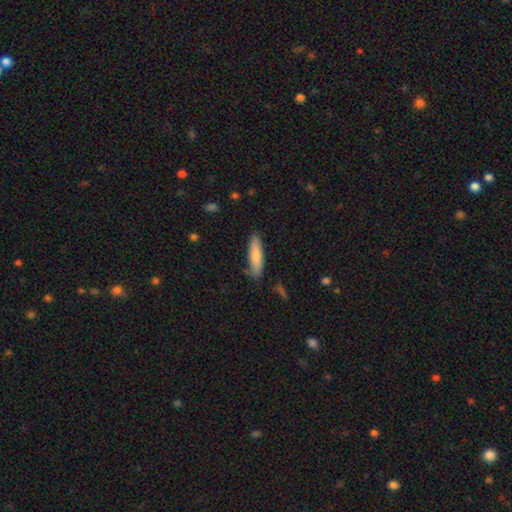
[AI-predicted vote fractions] smooth-or-featured: smooth: 78% | featured or disk: 16% | star or artifact: 6%
  how-rounded: cigar-shaped: 72% | in between: 27% | round: 2%
  merging: none: 80% | minor disturbance: 15% | major disturbance: 3% | merger: 2%